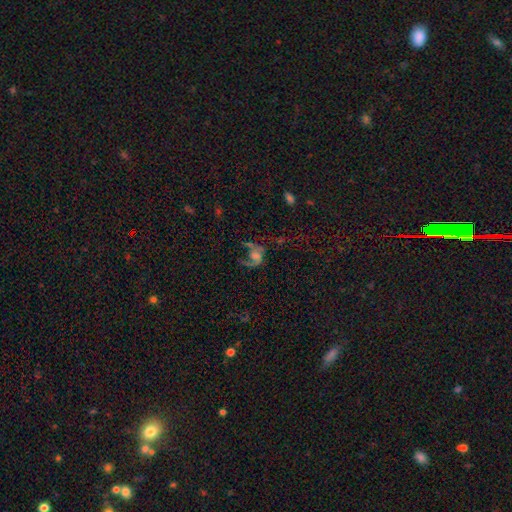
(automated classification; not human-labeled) Smooth or featured? featured or disk (50%)
Merging? major disturbance (40%)